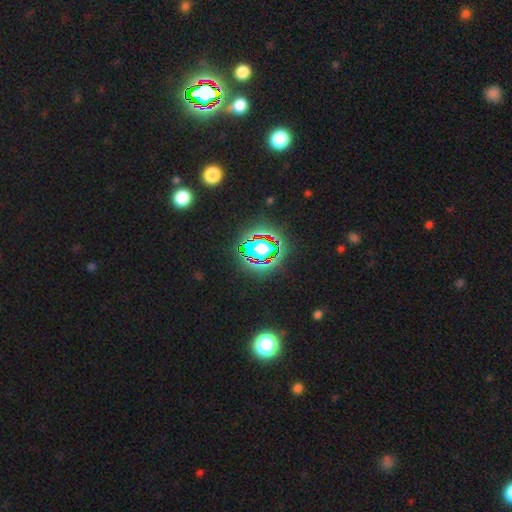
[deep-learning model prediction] Smooth or featured? star or artifact (81%)